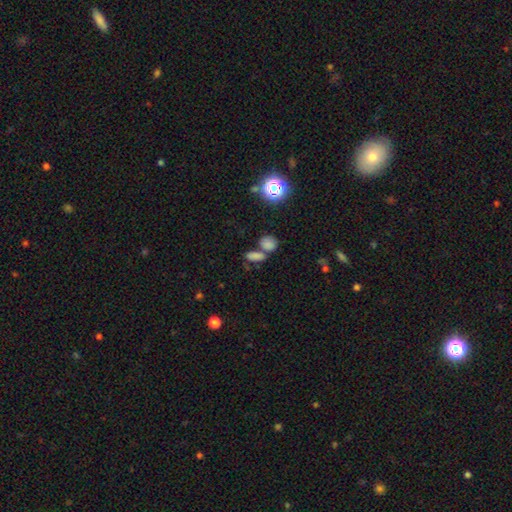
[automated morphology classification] A smooth galaxy with no disk features (69%) that is in between round and cigar-shaped (63%). Merging: none (48%).